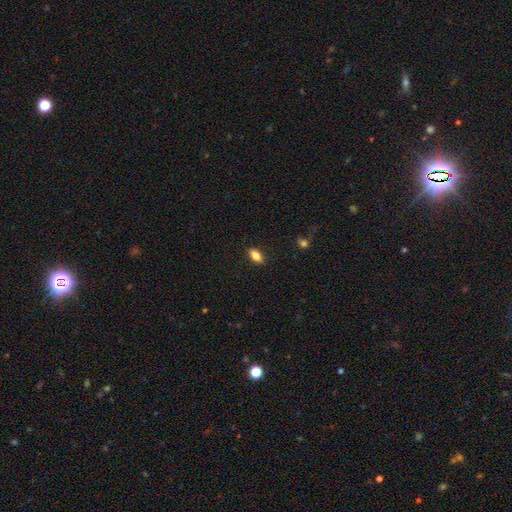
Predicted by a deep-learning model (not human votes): Overall: smooth (81%). How rounded: in between (86%). Merging: none (88%).